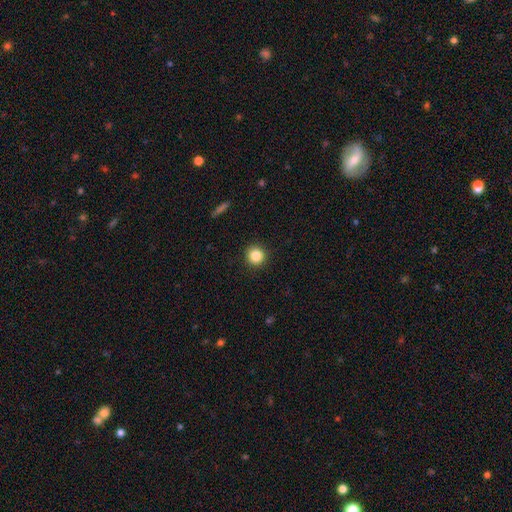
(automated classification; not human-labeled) Morphology: type=smooth (84%); roundness=round (94%); merging=none (92%).